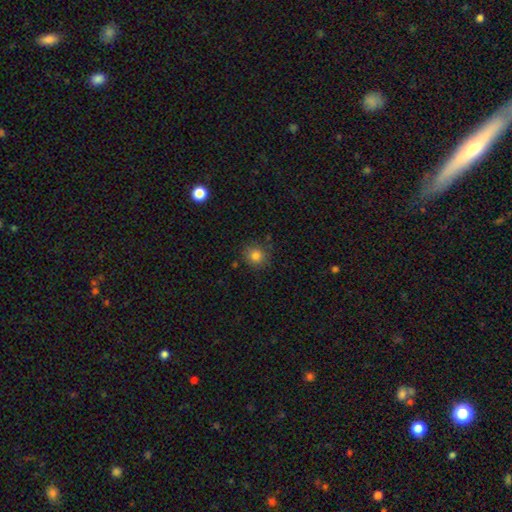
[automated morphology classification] A smooth galaxy with no disk features (80%) that is round (89%). Merging: none (84%).